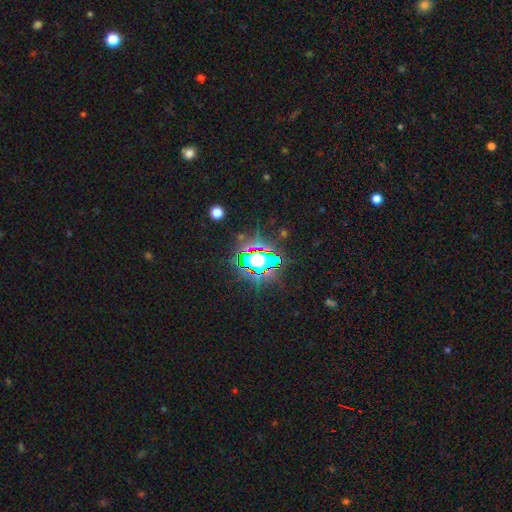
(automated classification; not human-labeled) Smooth or featured? Predicted: star or artifact (p=0.79).